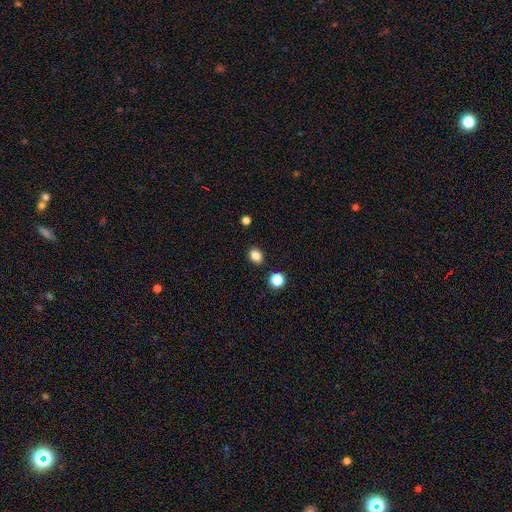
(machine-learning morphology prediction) The model was most divided on "how rounded": in between: 52%, round: 47%, cigar-shaped: 1%. More confident: merging — none (87%); smooth or featured — smooth (84%).